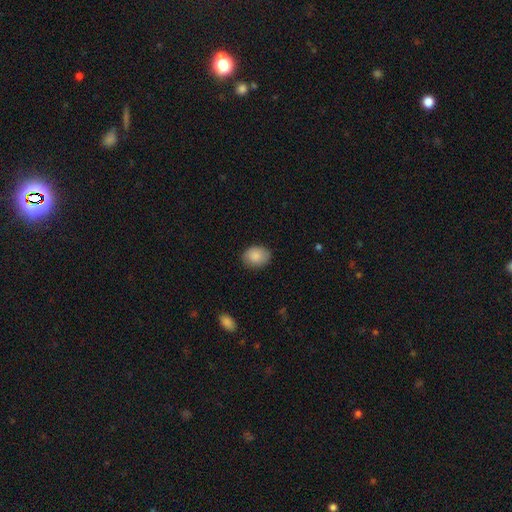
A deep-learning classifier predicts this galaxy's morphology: The model was most divided on "how rounded": in between: 58%, round: 41%, cigar-shaped: 1%. More confident: smooth or featured — smooth (87%); merging — none (84%).